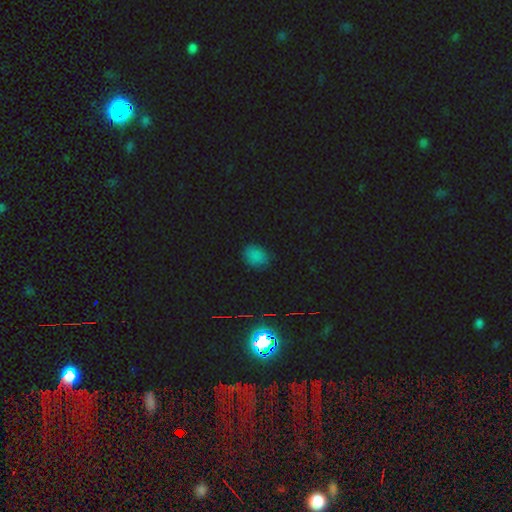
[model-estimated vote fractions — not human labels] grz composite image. It shows a smooth galaxy with no disk features (77%) that is round (50%). Merging: none (82%).